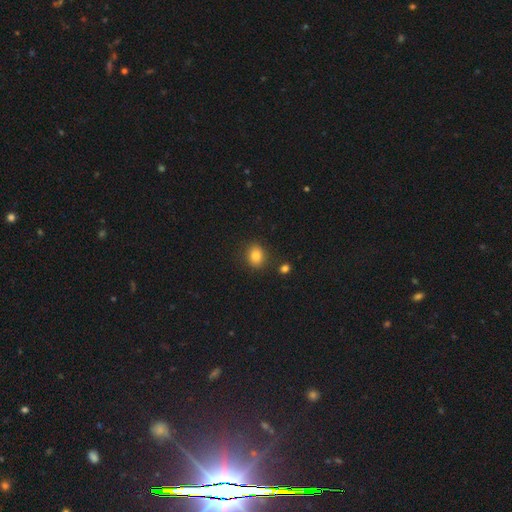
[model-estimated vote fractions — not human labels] A smooth galaxy with no disk features (84%) that is round (58%). Merging: none (83%).